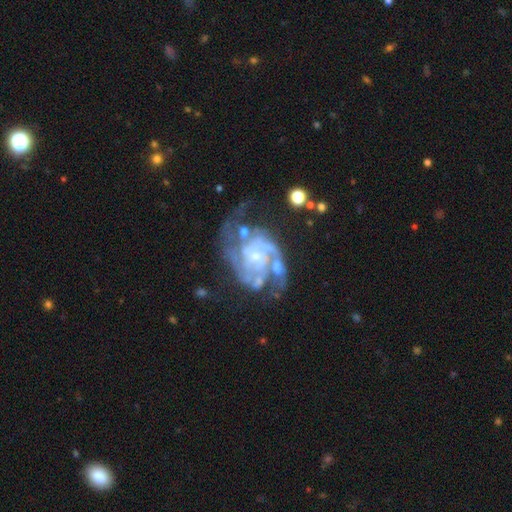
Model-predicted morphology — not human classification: The model was most divided on "spiral winding": medium: 44%, tight: 43%, loose: 13%. Remaining: edge-on disk — no (98%); spiral arms — yes (95%); smooth or featured — featured or disk (89%); bulge size — small (70%); bar — no (67%); merging — none (48%); spiral arm count — 2 (45%).